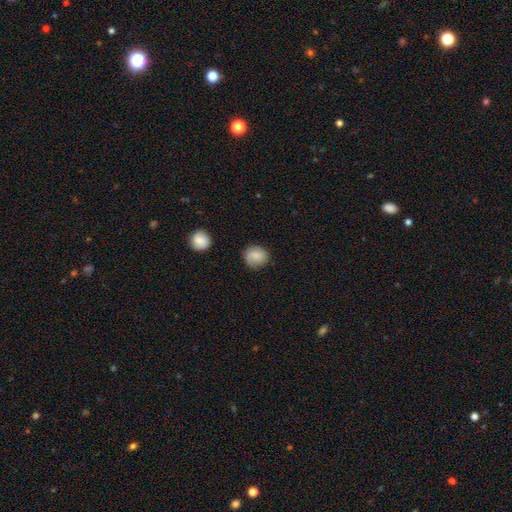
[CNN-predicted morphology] This is likely a smooth galaxy (74%). How rounded: clearly round (86%). Merging: likely none (79%).